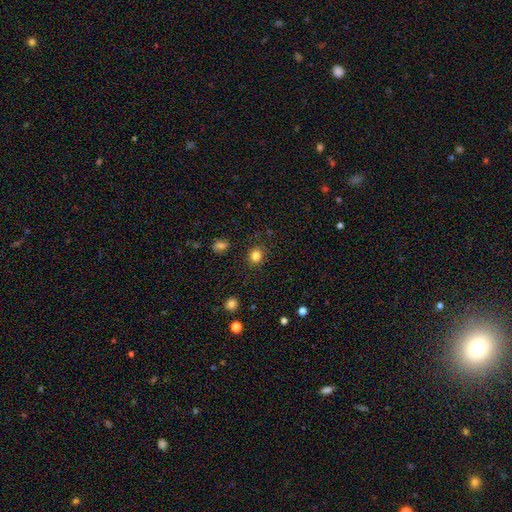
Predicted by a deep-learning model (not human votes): smooth 83%, star or artifact 12%, featured or disk 5%. Down the decision tree: how rounded — round (79%); merging — none (87%).